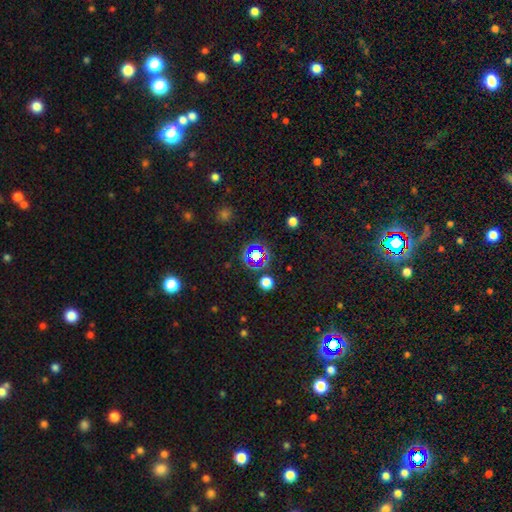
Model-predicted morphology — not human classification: This appears to be a star or artifact, not a galaxy (63%).